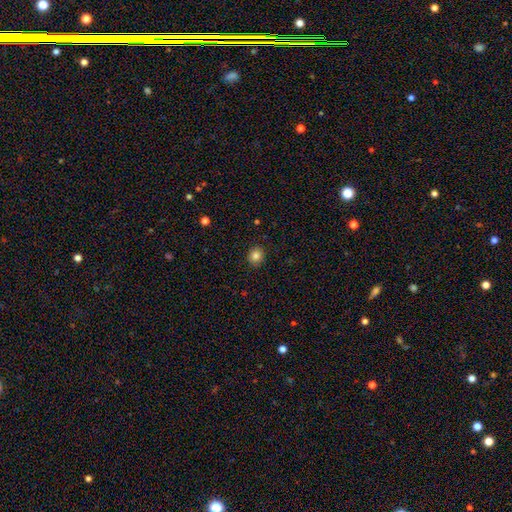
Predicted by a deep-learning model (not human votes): Q: Smooth or featured?
A: smooth (84%); runner-up: star or artifact (11%)
Q: How rounded?
A: round (78%); runner-up: in between (21%)
Q: Merging?
A: none (90%); runner-up: minor disturbance (7%)